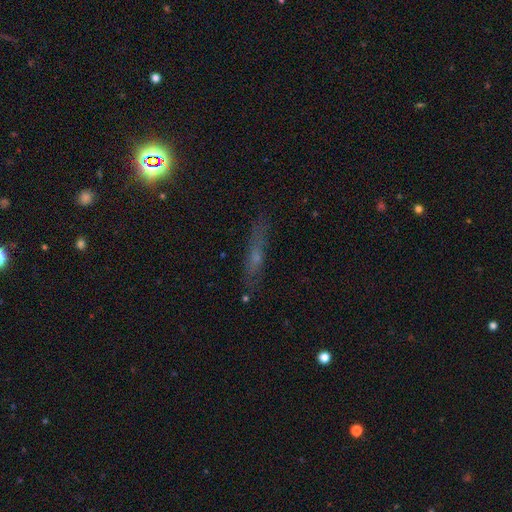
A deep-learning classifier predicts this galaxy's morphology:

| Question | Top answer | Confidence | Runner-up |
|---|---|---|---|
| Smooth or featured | featured or disk | 42% | smooth (38%) |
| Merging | none | 77% | minor disturbance (15%) |